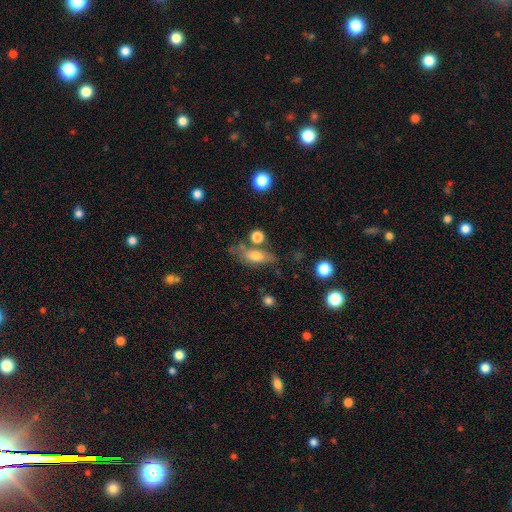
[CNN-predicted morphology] A smooth galaxy with no disk features (68%) that is in between round and cigar-shaped (68%).

Vote fractions:
- Smooth or featured? smooth: 68% / featured or disk: 23% / star or artifact: 9%
- How rounded? in between: 68% / cigar-shaped: 26% / round: 6%
- Merging? none: 57% / minor disturbance: 21% / merger: 14% / major disturbance: 9%